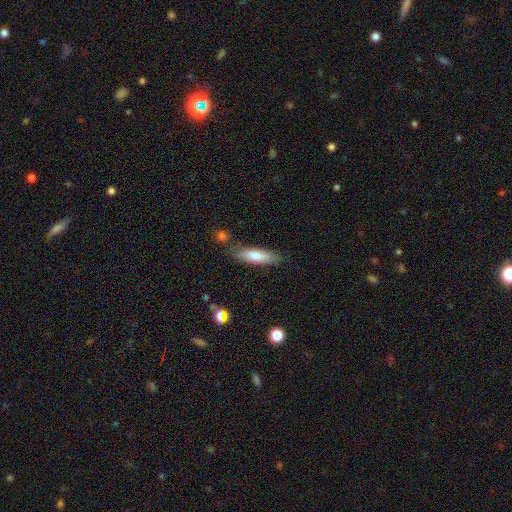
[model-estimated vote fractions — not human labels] This appears to be a smooth galaxy with no disk features (75%) that is cigar-shaped (67%). Merging: none (80%).